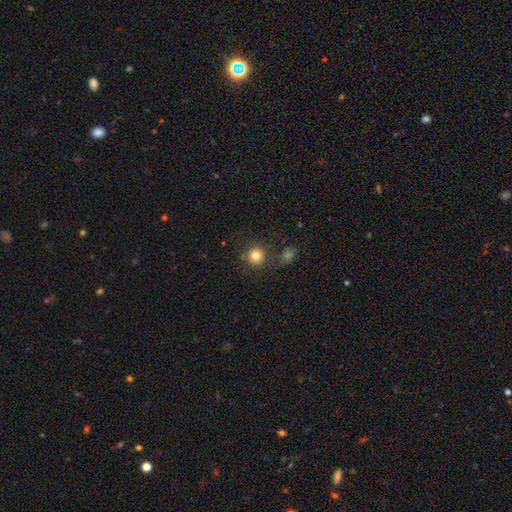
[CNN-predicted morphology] Smooth or featured? smooth (82%)
How rounded? round (92%)
Merging? none (82%)